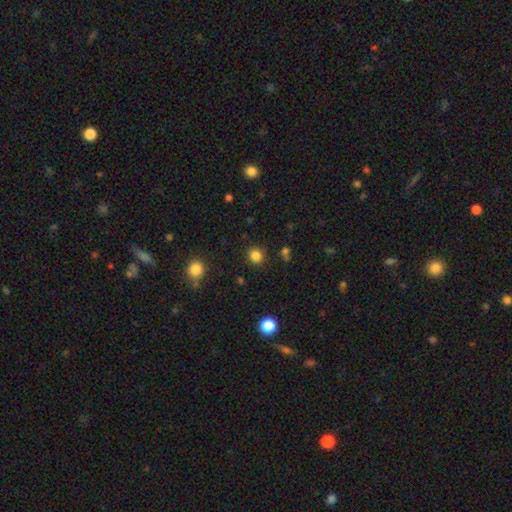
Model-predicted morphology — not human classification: Smooth or featured? Predicted: smooth (p=0.83). How rounded? Predicted: round (p=0.88). Merging? Predicted: none (p=0.89).